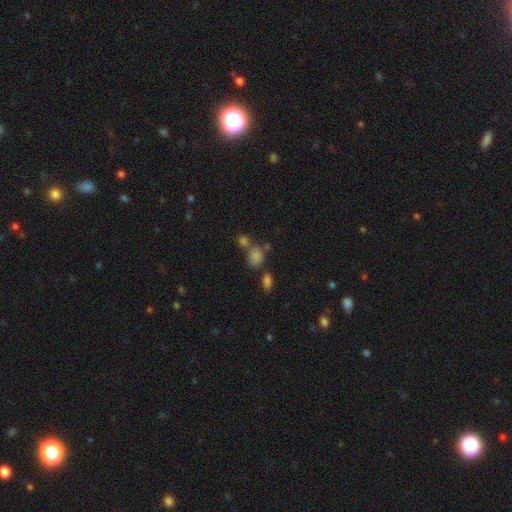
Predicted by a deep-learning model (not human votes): Smooth or featured: smooth — 67% (star or artifact — 25%)
How rounded: round — 62% (in between — 36%)
Merging: none — 57% (merger — 26%)